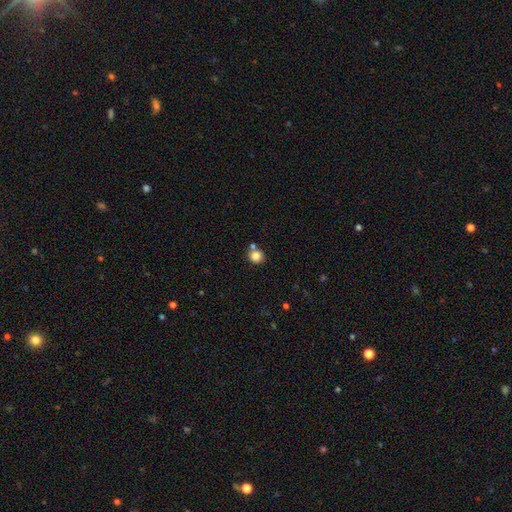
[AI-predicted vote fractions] smooth-or-featured: smooth: 84% | star or artifact: 11% | featured or disk: 6%
  how-rounded: round: 87% | in between: 12% | cigar-shaped: 1%
  merging: none: 67% | merger: 21% | minor disturbance: 9% | major disturbance: 3%